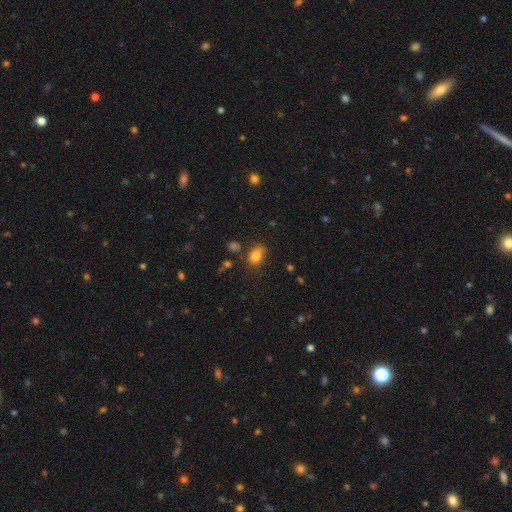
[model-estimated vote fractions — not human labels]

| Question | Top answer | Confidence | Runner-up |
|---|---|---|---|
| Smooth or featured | smooth | 82% | star or artifact (11%) |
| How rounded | in between | 78% | round (20%) |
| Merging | none | 64% | minor disturbance (22%) |